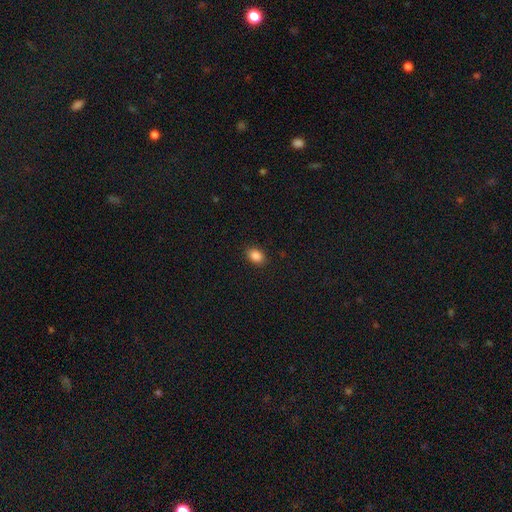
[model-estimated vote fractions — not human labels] smooth 87%, star or artifact 10%, featured or disk 4%. Down the decision tree: how rounded — in between (72%); merging — none (89%).